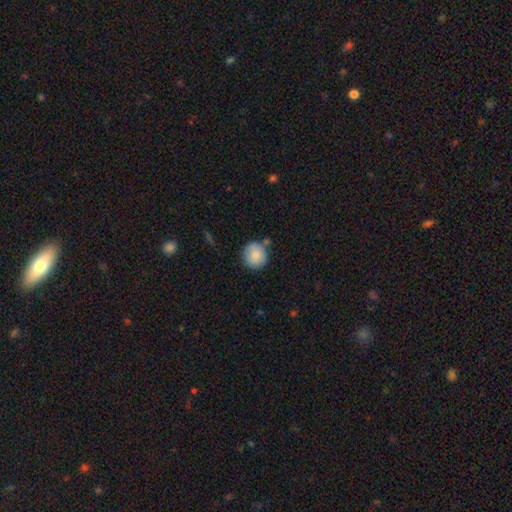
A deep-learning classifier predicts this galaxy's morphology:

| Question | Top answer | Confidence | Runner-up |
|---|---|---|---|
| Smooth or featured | smooth | 83% | featured or disk (10%) |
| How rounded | round | 92% | in between (7%) |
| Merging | none | 76% | minor disturbance (14%) |